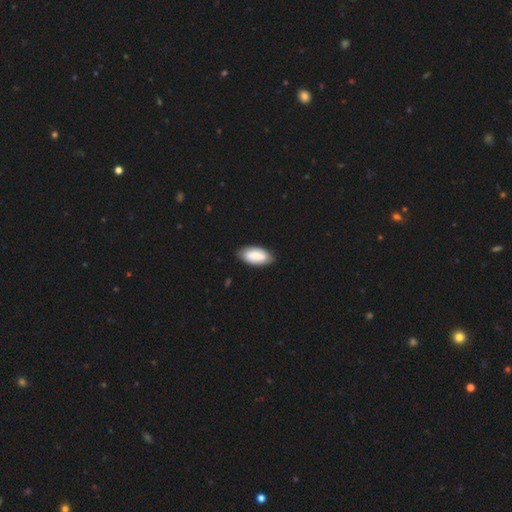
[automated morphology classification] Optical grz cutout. It shows a smooth galaxy with no disk features (74%) that is in between round and cigar-shaped (92%). Merging: none (83%).